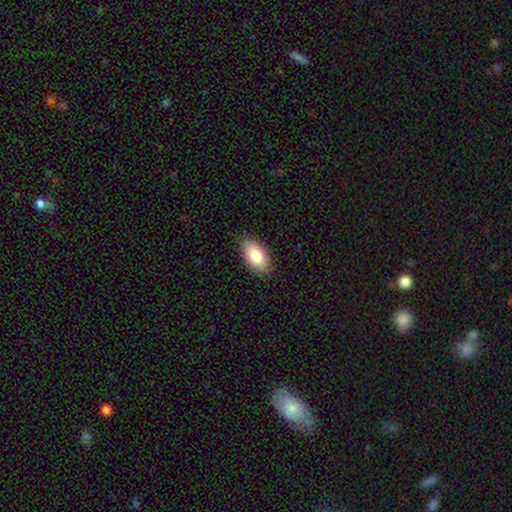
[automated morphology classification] Smooth or featured: smooth — 83% (featured or disk — 10%)
How rounded: in between — 94% (cigar-shaped — 4%)
Merging: none — 87% (minor disturbance — 10%)